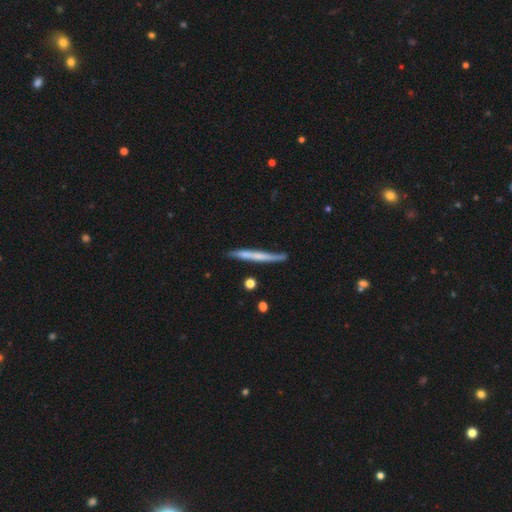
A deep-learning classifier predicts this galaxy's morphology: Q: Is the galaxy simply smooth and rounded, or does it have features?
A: smooth — 48%.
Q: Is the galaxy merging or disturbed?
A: none — 79%.